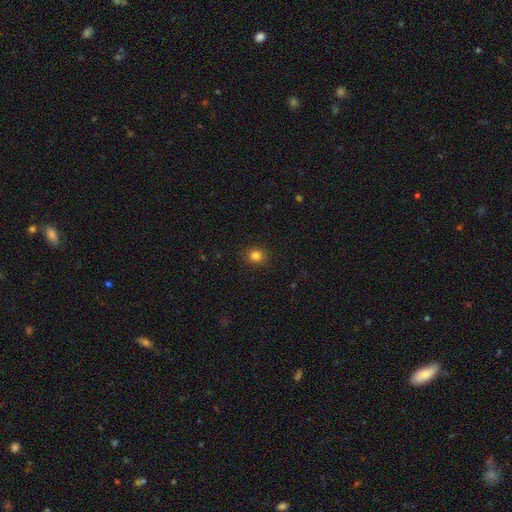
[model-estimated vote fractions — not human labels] smooth-or-featured: smooth: 83% | star or artifact: 12% | featured or disk: 5%
  how-rounded: round: 77% | in between: 22% | cigar-shaped: 1%
  merging: none: 89% | minor disturbance: 8% | major disturbance: 2% | merger: 1%